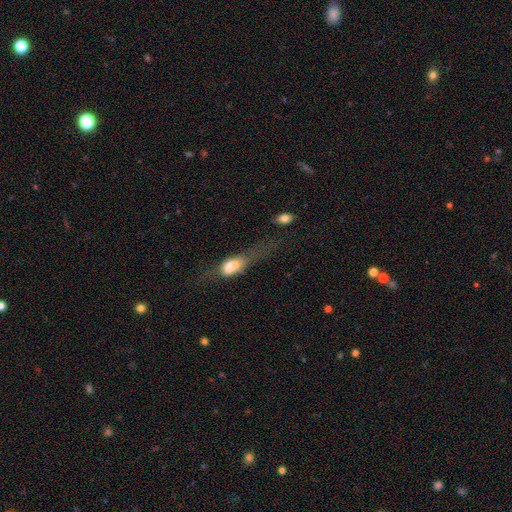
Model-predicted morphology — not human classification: This appears to be a featured or disk galaxy (52%) viewed edge-on (78%). Merging: none (51%).